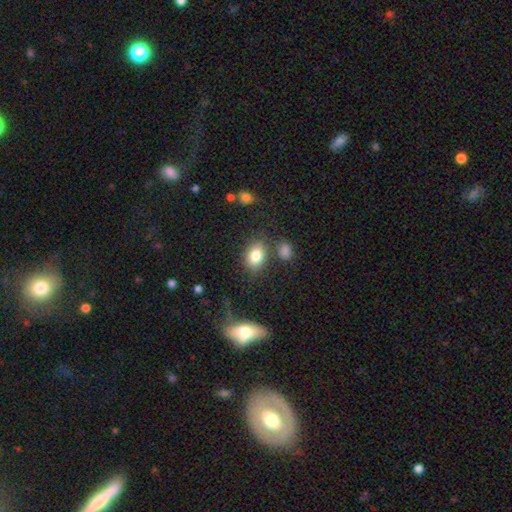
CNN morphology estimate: Smooth or featured: smooth — 82% (star or artifact — 9%)
How rounded: in between — 71% (round — 27%)
Merging: none — 74% (minor disturbance — 13%)